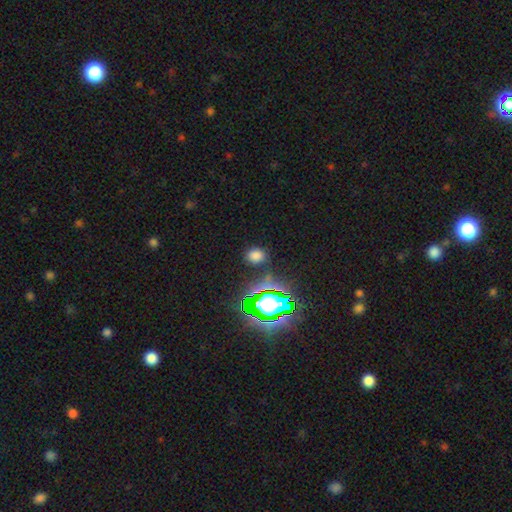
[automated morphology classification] A smooth galaxy with no disk features (64%) that is round (54%).

Vote fractions:
- Smooth or featured? smooth: 64% / star or artifact: 29% / featured or disk: 7%
- How rounded? round: 54% / in between: 44% / cigar-shaped: 2%
- Merging? none: 82% / minor disturbance: 11% / major disturbance: 4% / merger: 3%